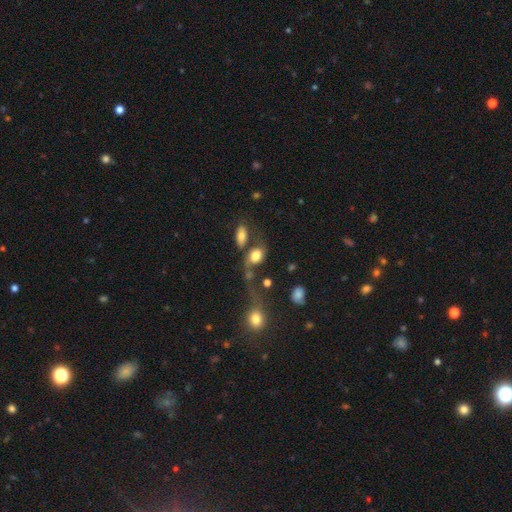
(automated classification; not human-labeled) Morphology: type=smooth (69%); roundness=in between (69%); merging=merger (36%).